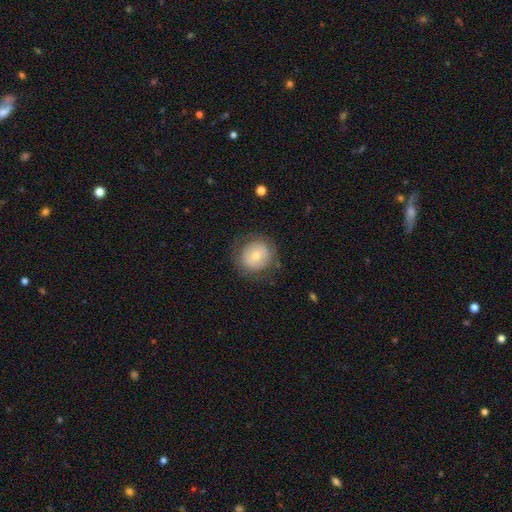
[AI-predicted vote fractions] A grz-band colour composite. It shows a smooth galaxy with no disk features (64%) that is round (86%). Merging: none (79%).